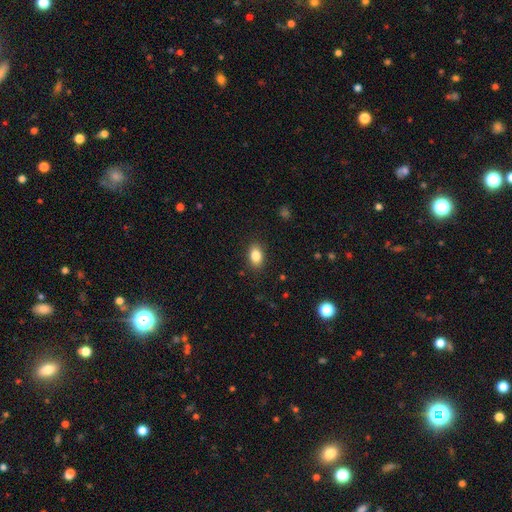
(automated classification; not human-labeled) smooth-or-featured: smooth: 85% | star or artifact: 8% | featured or disk: 7%
  how-rounded: in between: 86% | round: 12% | cigar-shaped: 2%
  merging: none: 87% | minor disturbance: 9% | major disturbance: 2% | merger: 1%